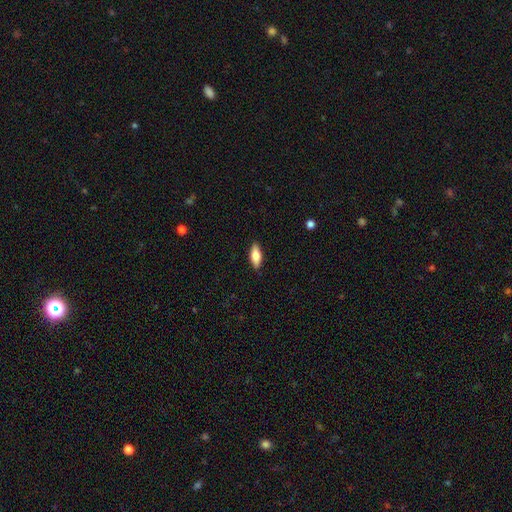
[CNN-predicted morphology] Smooth or featured? Predicted: smooth (p=0.76). How rounded? Predicted: in between (p=0.75). Merging? Predicted: none (p=0.89).